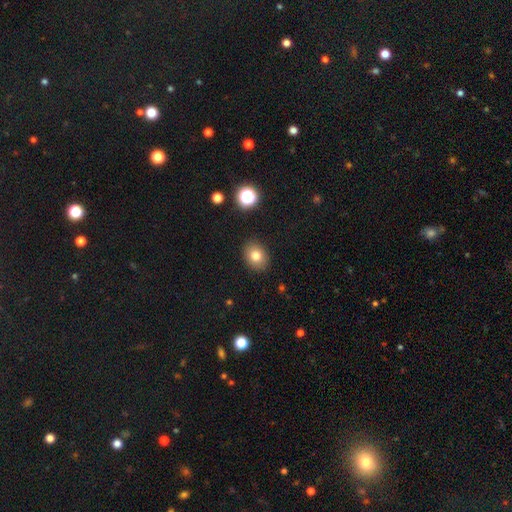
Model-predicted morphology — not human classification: Smooth or featured: smooth — 79% (star or artifact — 11%)
How rounded: in between — 51% (round — 48%)
Merging: none — 88% (minor disturbance — 8%)